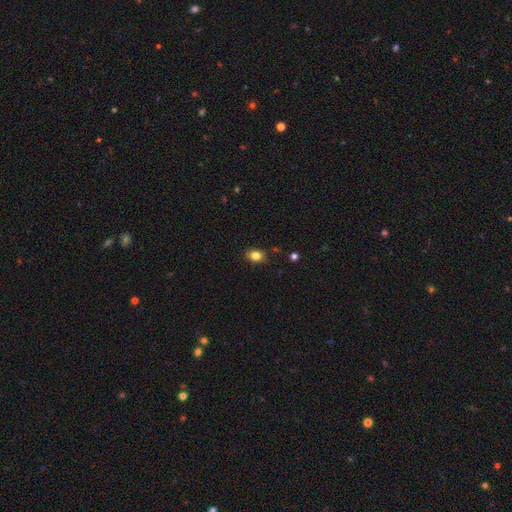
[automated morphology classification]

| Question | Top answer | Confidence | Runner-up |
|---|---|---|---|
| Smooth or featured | smooth | 83% | star or artifact (10%) |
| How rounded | in between | 64% | round (34%) |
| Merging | none | 86% | minor disturbance (10%) |